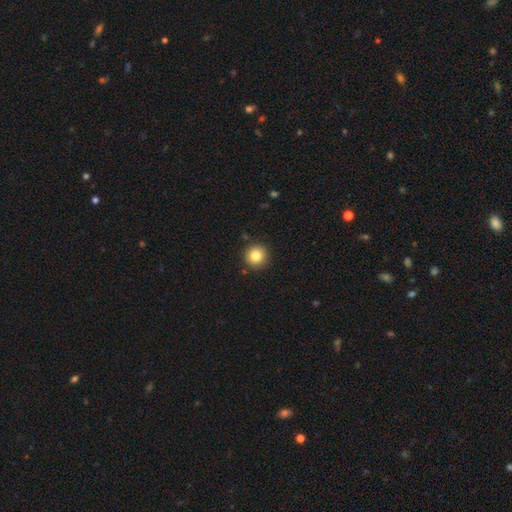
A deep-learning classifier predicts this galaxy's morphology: This appears to be a smooth galaxy with no disk features (83%) that is round (95%). Merging: none (90%).